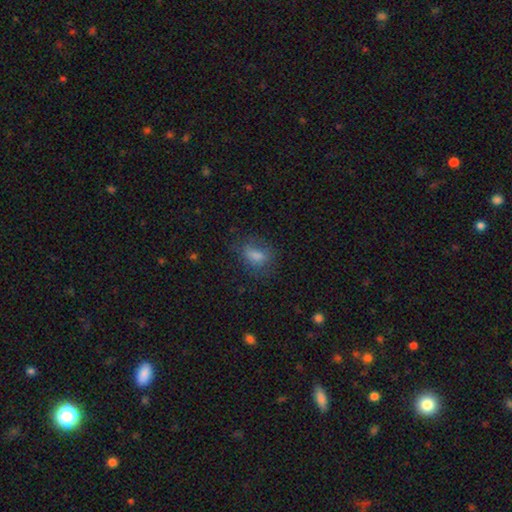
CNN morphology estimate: This is likely a smooth galaxy (75%). How rounded: likely in between (75%). Merging: likely none (62%).